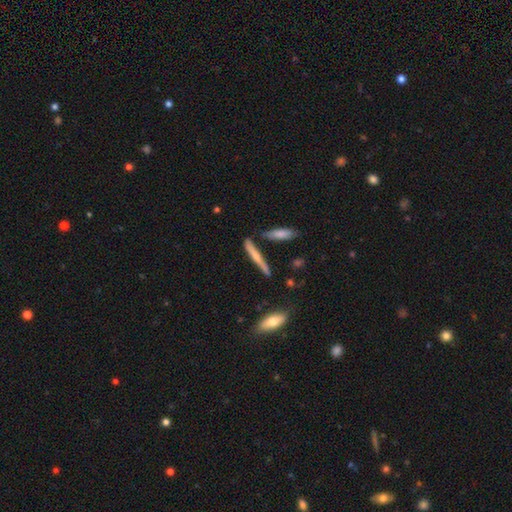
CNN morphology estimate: type=featured or disk (48%); merging=none (74%).